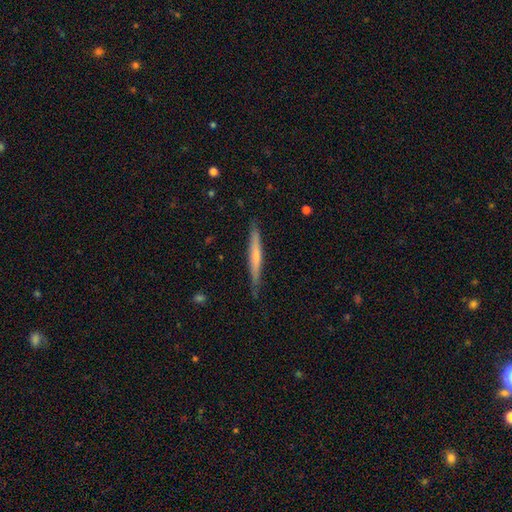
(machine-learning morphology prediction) smooth-or-featured: featured or disk: 51% | smooth: 43% | star or artifact: 6%
  disk-edge-on: yes: 96% | no: 4%
  merging: none: 85% | minor disturbance: 12% | major disturbance: 2% | merger: 1%